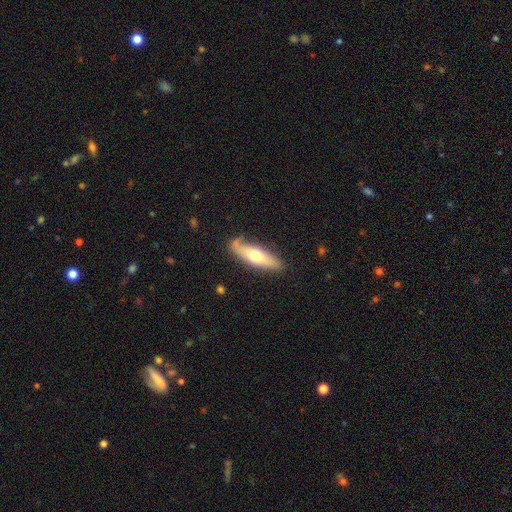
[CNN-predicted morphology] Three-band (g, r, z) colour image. It shows a smooth galaxy with no disk features (55%) that is cigar-shaped (55%). Merging: none (72%).